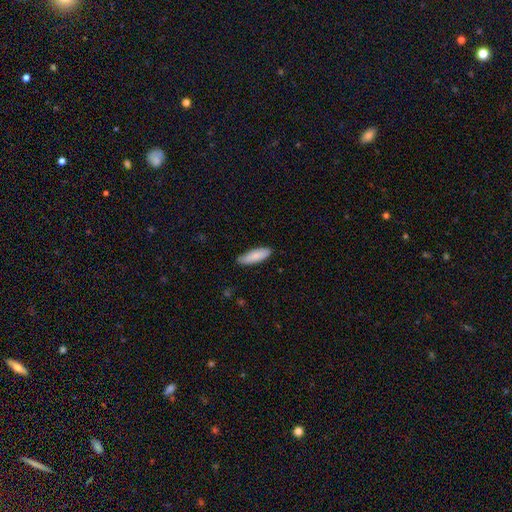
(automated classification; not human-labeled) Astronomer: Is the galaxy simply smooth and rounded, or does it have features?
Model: smooth — 85%.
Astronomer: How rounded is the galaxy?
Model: in between — 52% (runner-up: cigar-shaped, 47%).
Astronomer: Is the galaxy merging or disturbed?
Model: none — 80%.